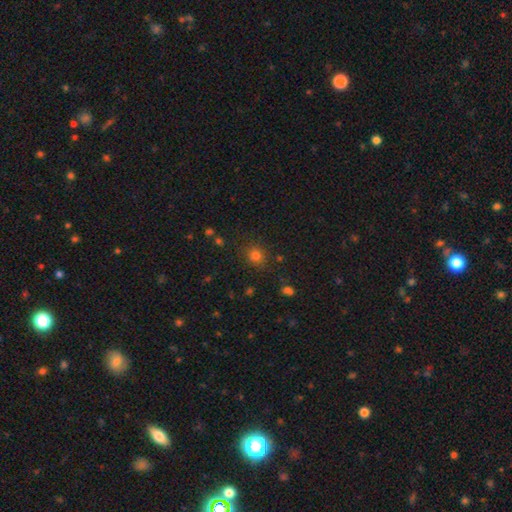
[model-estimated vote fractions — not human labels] smooth 78%, star or artifact 16%, featured or disk 6%. Down the decision tree: how rounded — round (85%); merging — none (84%).